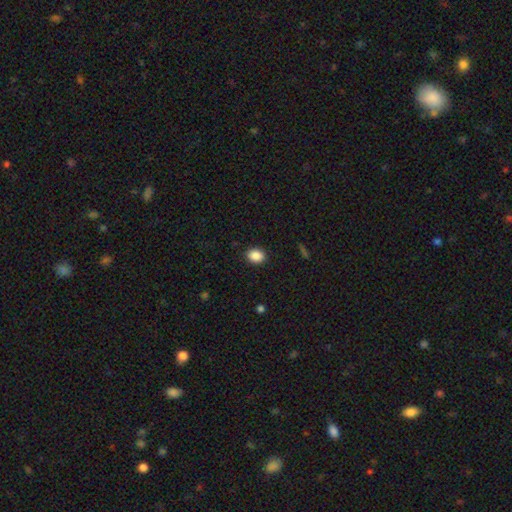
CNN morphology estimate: Smooth or featured? smooth (89%)
How rounded? in between (58%)
Merging? none (90%)